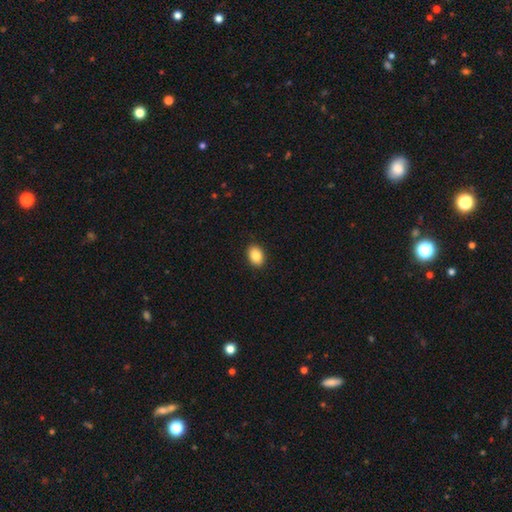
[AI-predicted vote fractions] Smooth or featured? Predicted: smooth (p=0.87). How rounded? Predicted: in between (p=0.77). Merging? Predicted: none (p=0.91).